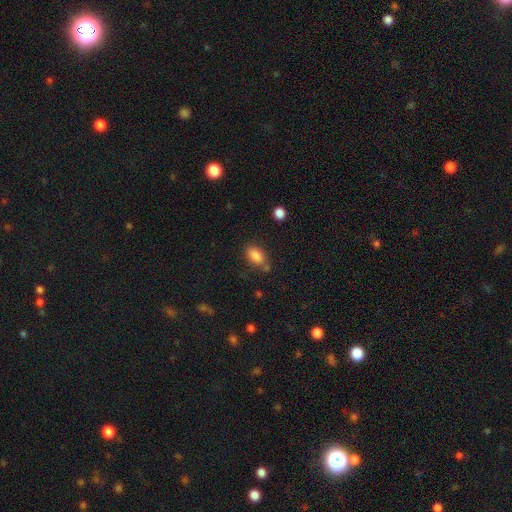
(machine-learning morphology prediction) This appears to be a smooth galaxy with no disk features (85%) that is in between round and cigar-shaped (88%). Merging: none (70%).